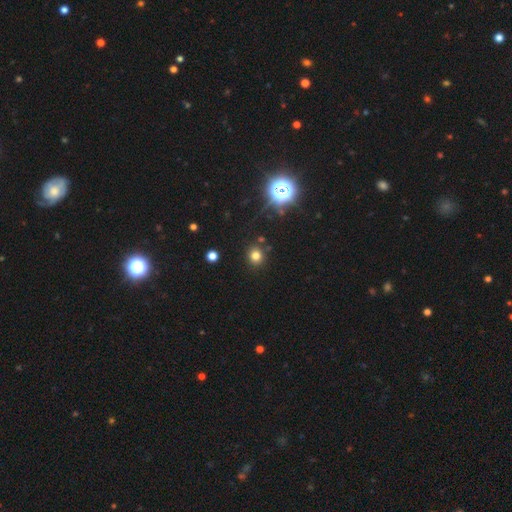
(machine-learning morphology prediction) Smooth or featured? Predicted: smooth (p=0.74). How rounded? Predicted: round (p=0.86). Merging? Predicted: none (p=0.86).